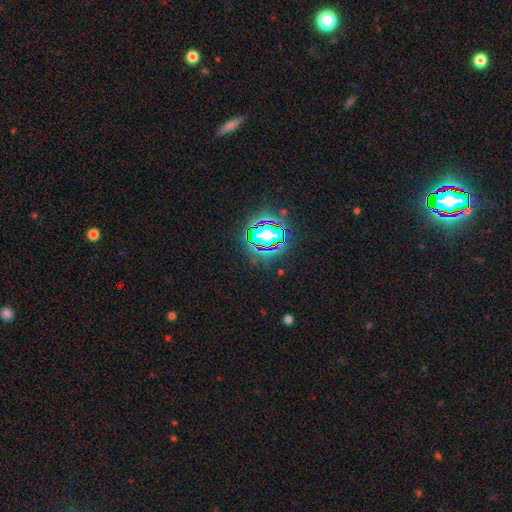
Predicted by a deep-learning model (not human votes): Smooth or featured: star or artifact — 82% (smooth — 10%)